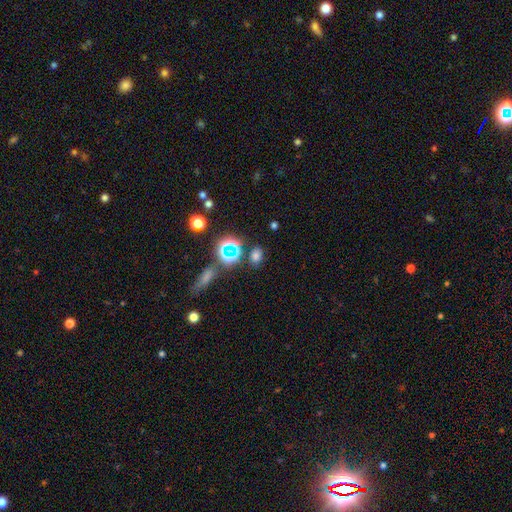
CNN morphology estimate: Smooth or featured?
  - smooth: 65% *
  - star or artifact: 28%
  - featured or disk: 7%
How rounded?
  - in between: 63% *
  - round: 35%
  - cigar-shaped: 2%
Merging?
  - none: 79% *
  - minor disturbance: 11%
  - merger: 6%
  - major disturbance: 4%